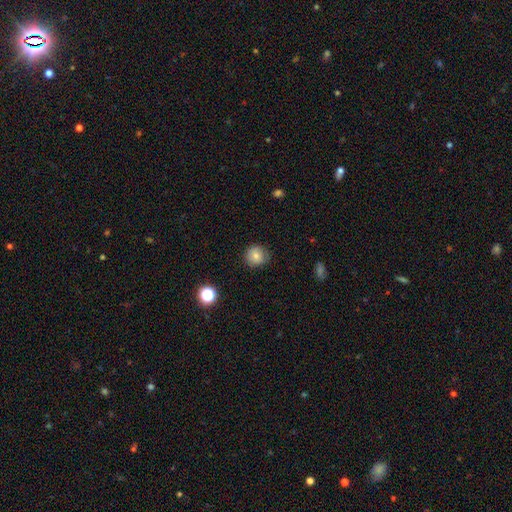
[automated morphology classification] smooth 75%, featured or disk 13%, star or artifact 11%. Down the decision tree: how rounded — round (91%); merging — none (82%).